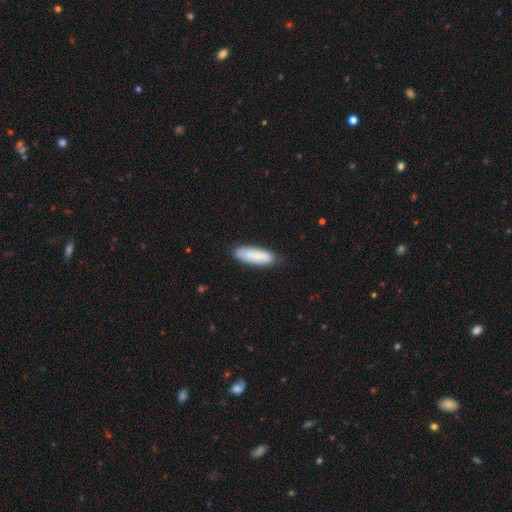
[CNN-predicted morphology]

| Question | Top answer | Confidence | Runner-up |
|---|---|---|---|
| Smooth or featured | smooth | 79% | featured or disk (15%) |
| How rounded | in between | 54% | cigar-shaped (44%) |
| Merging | none | 78% | minor disturbance (17%) |